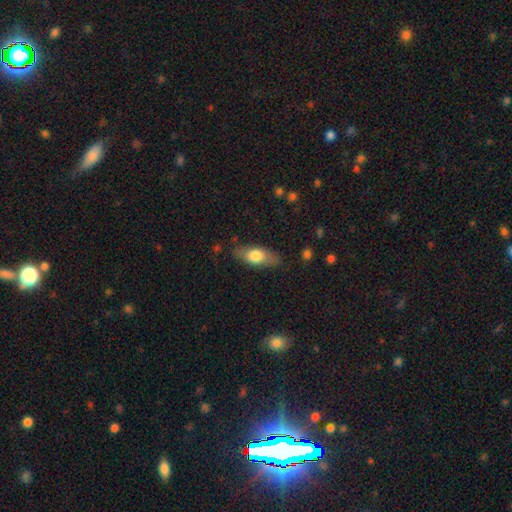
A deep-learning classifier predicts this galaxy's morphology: Smooth or featured?
  - smooth: 69% *
  - featured or disk: 25%
  - star or artifact: 6%
How rounded?
  - in between: 76% *
  - cigar-shaped: 21%
  - round: 4%
Merging?
  - none: 79% *
  - minor disturbance: 15%
  - major disturbance: 4%
  - merger: 2%